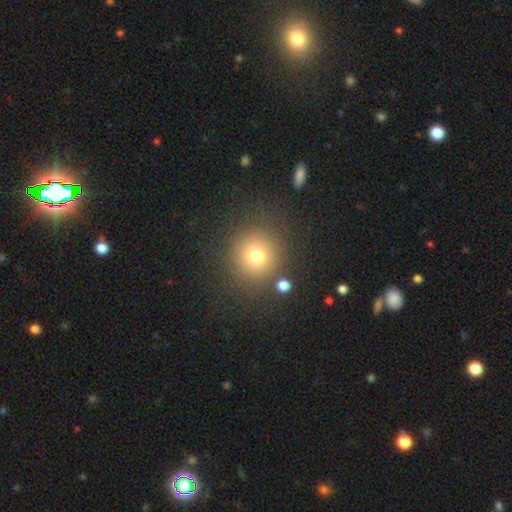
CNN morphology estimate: The model was most divided on "smooth or featured": smooth: 72%, star or artifact: 17%, featured or disk: 11%. More confident: how rounded — round (92%); merging — none (84%).